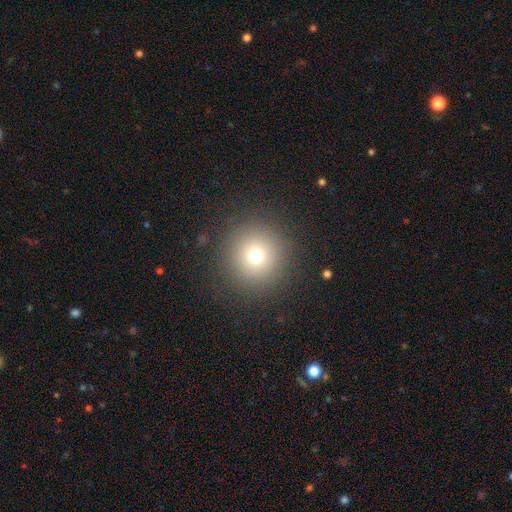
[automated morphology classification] Q: Smooth or featured?
A: smooth (72%); runner-up: star or artifact (17%)
Q: How rounded?
A: round (96%); runner-up: in between (3%)
Q: Merging?
A: none (89%); runner-up: minor disturbance (6%)